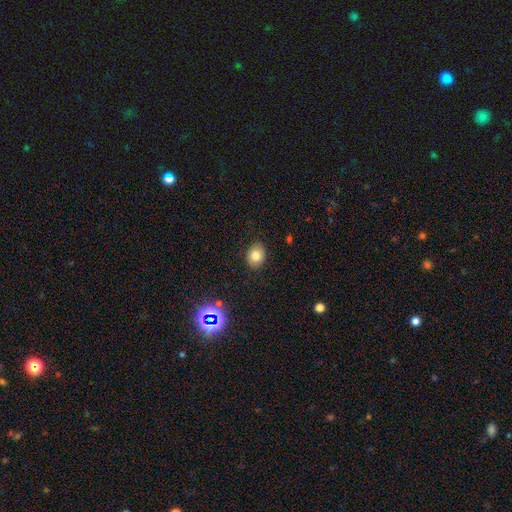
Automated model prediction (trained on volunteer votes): Smooth or featured? smooth (78%)
How rounded? round (50%)
Merging? none (87%)